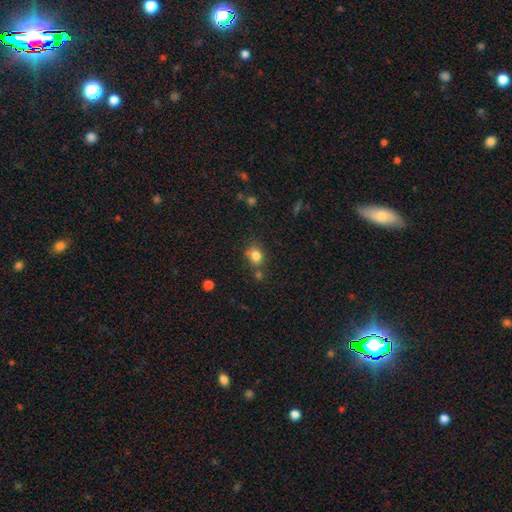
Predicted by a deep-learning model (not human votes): This appears to be a smooth galaxy with no disk features (81%) that is round (57%). Merging: none (65%).